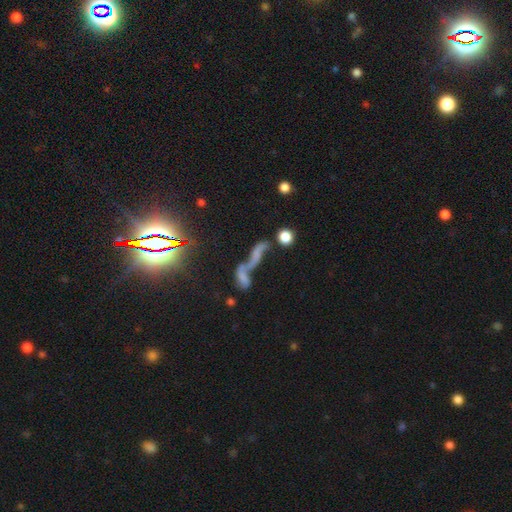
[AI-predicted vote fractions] Overall: star or artifact (55%; featured or disk 24%).